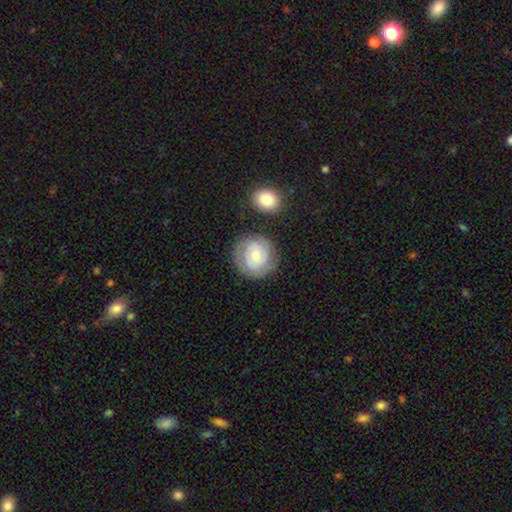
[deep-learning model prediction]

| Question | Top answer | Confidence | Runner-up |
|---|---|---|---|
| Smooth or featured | featured or disk | 49% | smooth (44%) |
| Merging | none | 73% | minor disturbance (16%) |